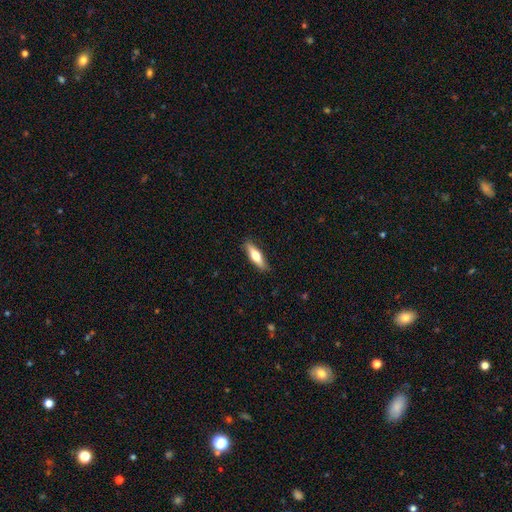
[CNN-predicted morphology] A smooth galaxy with no disk features (60%) that is cigar-shaped (62%). Merging: none (88%).